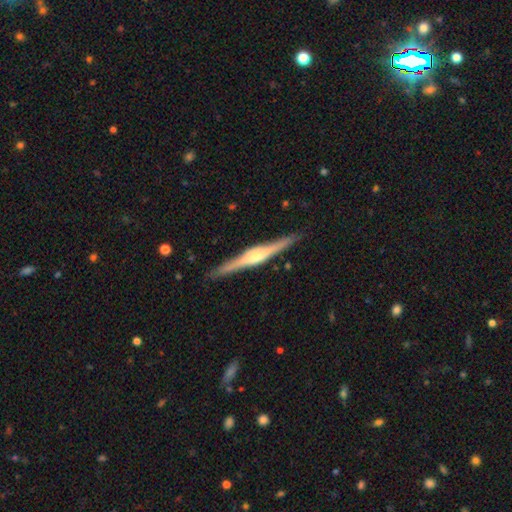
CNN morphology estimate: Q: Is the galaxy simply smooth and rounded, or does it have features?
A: featured or disk — 78%.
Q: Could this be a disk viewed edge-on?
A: yes — 98%.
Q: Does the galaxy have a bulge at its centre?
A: rounded — 80%.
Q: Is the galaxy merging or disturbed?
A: none — 89%.